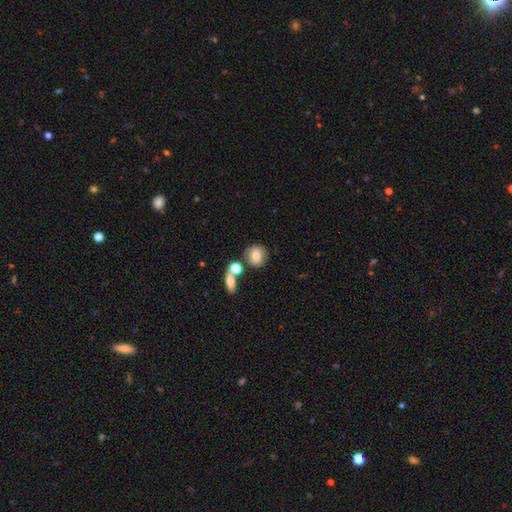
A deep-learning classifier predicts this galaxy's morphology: smooth 77%, featured or disk 13%, star or artifact 10%. Down the decision tree: how rounded — round (84%); merging — none (66%).